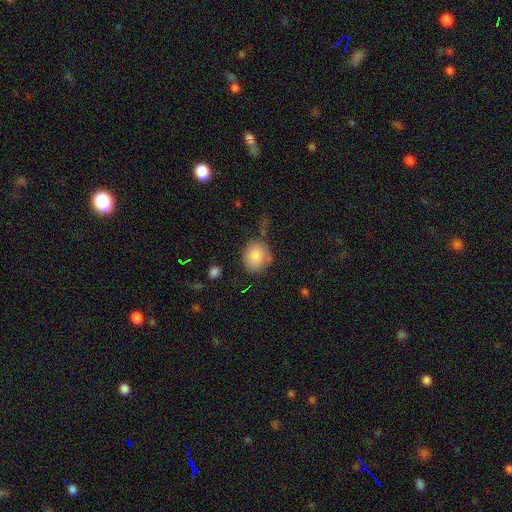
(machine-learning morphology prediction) Smooth or featured: smooth — 83% (star or artifact — 9%)
How rounded: round — 80% (in between — 19%)
Merging: none — 69% (minor disturbance — 19%)